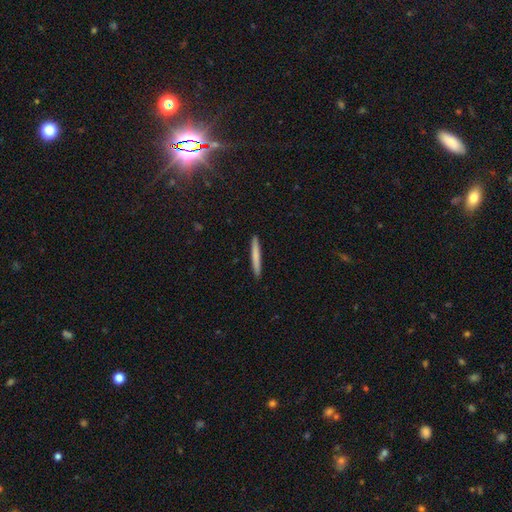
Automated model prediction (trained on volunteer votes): This appears to be a smooth galaxy with no disk features (73%) that is cigar-shaped (96%). Merging: none (93%).